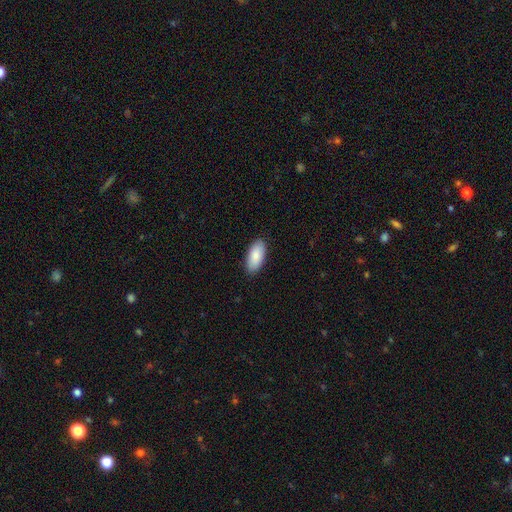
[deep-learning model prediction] A smooth galaxy with no disk features (85%) that is in between round and cigar-shaped (93%).

Vote fractions:
- Smooth or featured? smooth: 85% / featured or disk: 9% / star or artifact: 6%
- How rounded? in between: 93% / cigar-shaped: 5% / round: 2%
- Merging? none: 88% / minor disturbance: 9% / major disturbance: 2% / merger: 1%